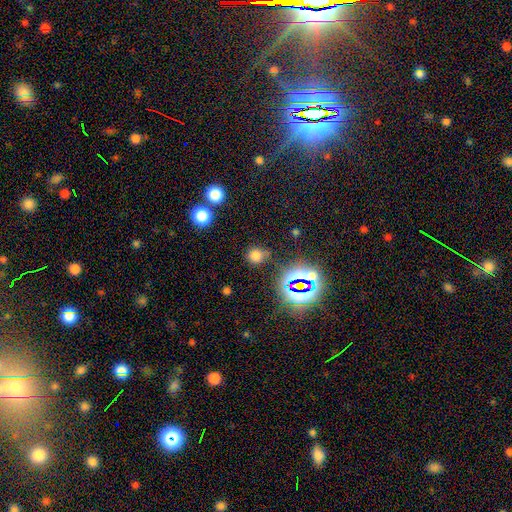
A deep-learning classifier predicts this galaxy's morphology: This is likely a smooth galaxy (64%). How rounded: likely round (77%). Merging: likely none (67%).